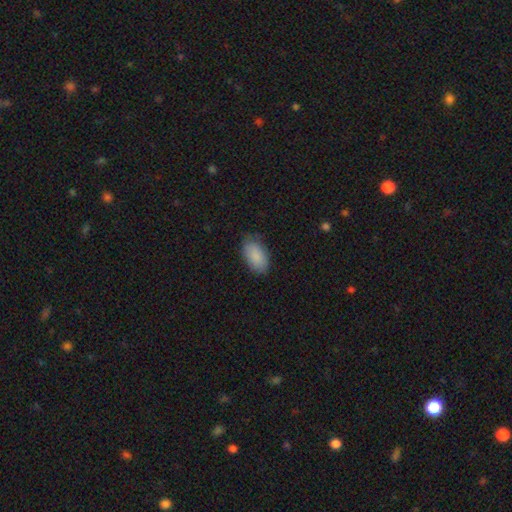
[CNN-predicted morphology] Smooth or featured? Predicted: smooth (p=0.88). How rounded? Predicted: in between (p=0.94). Merging? Predicted: none (p=0.77).